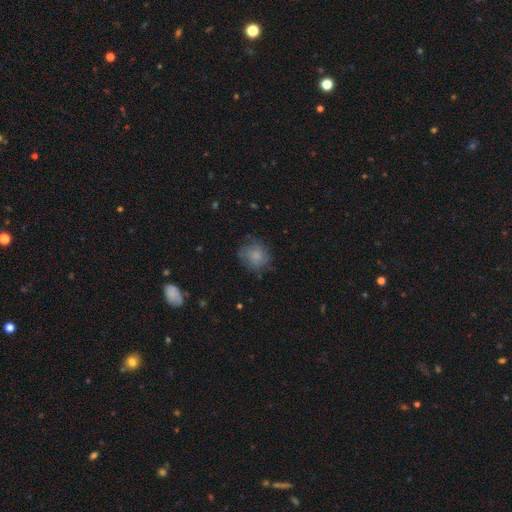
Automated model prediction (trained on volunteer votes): A smooth galaxy with no disk features (72%) that is round (81%).

Vote fractions:
- Smooth or featured? smooth: 72% / featured or disk: 19% / star or artifact: 9%
- How rounded? round: 81% / in between: 18% / cigar-shaped: 1%
- Merging? none: 70% / minor disturbance: 21% / major disturbance: 8% / merger: 1%